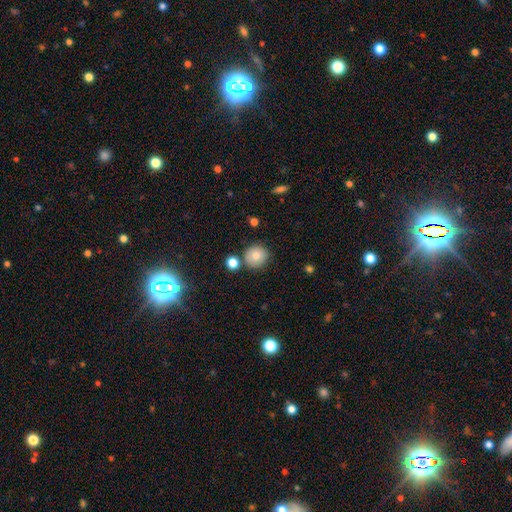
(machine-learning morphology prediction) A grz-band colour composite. It shows a smooth galaxy with no disk features (80%) that is round (91%). Merging: none (78%).